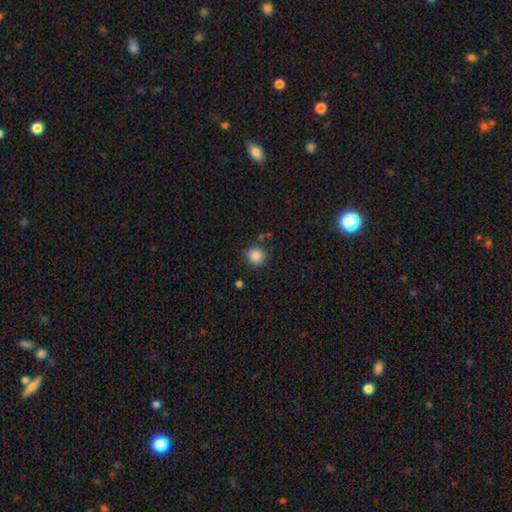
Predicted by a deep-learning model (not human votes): Smooth or featured?
  - smooth: 87% *
  - star or artifact: 10%
  - featured or disk: 3%
How rounded?
  - round: 91% *
  - in between: 8%
  - cigar-shaped: 1%
Merging?
  - none: 84% *
  - minor disturbance: 10%
  - merger: 4%
  - major disturbance: 3%